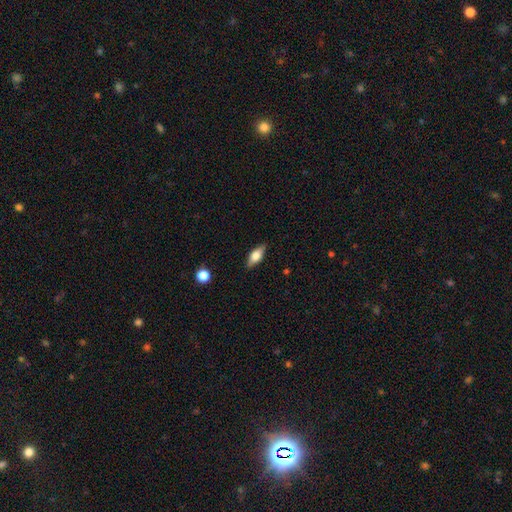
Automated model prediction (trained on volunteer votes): Smooth or featured: smooth — 62% (featured or disk — 31%)
How rounded: in between — 75% (cigar-shaped — 21%)
Merging: none — 86% (minor disturbance — 11%)